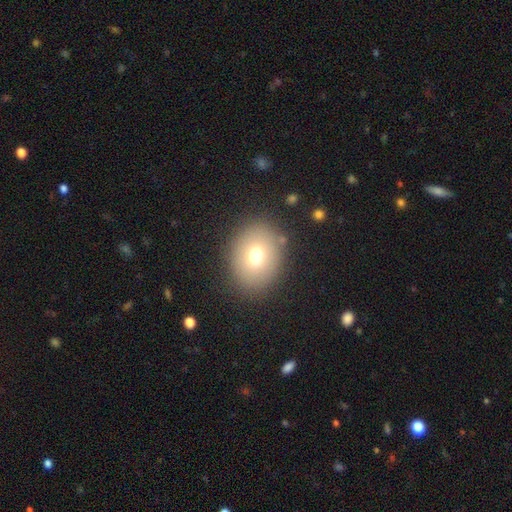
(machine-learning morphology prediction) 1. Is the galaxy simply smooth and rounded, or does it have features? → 72% smooth, 15% featured or disk, 13% star or artifact.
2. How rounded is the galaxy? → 53% in between, 46% round, 1% cigar-shaped.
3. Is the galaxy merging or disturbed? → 83% none, 10% minor disturbance, 5% major disturbance, 2% merger.